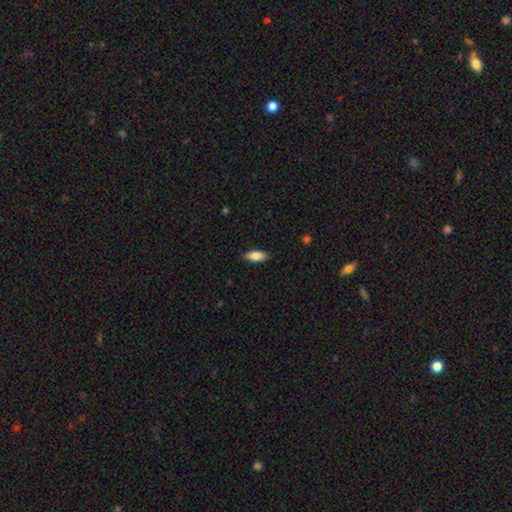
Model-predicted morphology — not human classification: Smooth or featured?
  - smooth: 83% *
  - featured or disk: 11%
  - star or artifact: 6%
How rounded?
  - in between: 79% *
  - cigar-shaped: 19%
  - round: 2%
Merging?
  - none: 87% *
  - minor disturbance: 10%
  - major disturbance: 2%
  - merger: 1%